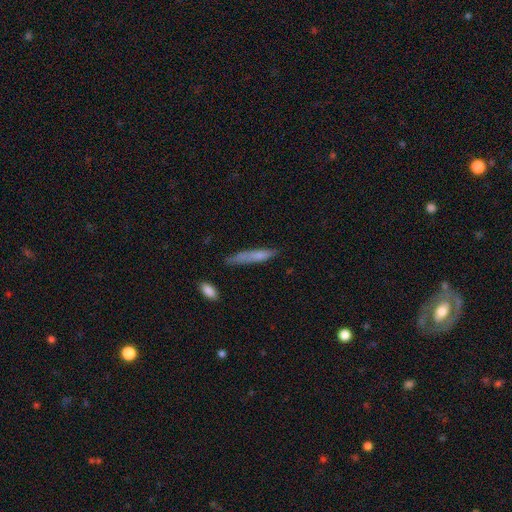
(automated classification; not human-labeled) This appears to be a smooth galaxy with no disk features (71%) that is cigar-shaped (90%). Merging: none (67%).